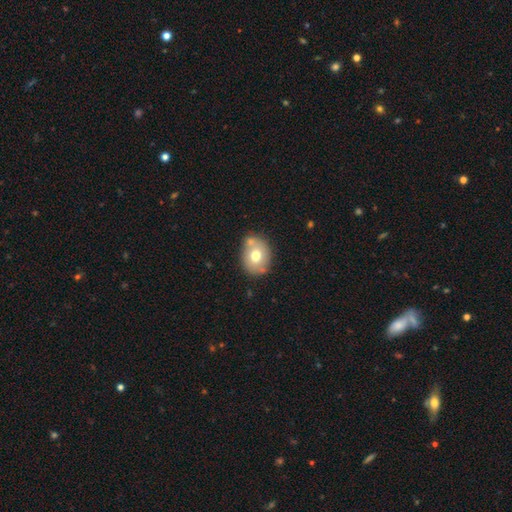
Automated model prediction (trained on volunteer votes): Smooth or featured?
  - smooth: 66% *
  - featured or disk: 25%
  - star or artifact: 9%
How rounded?
  - round: 55% *
  - in between: 44%
  - cigar-shaped: 1%
Merging?
  - none: 61% *
  - merger: 19%
  - minor disturbance: 16%
  - major disturbance: 4%